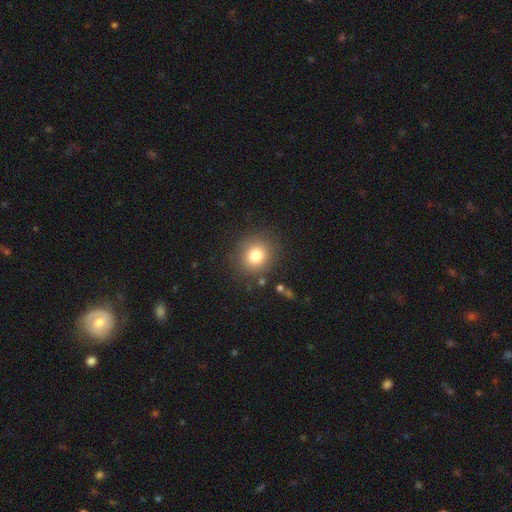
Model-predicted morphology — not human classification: A smooth galaxy with no disk features (79%) that is round (85%). Merging: none (85%).